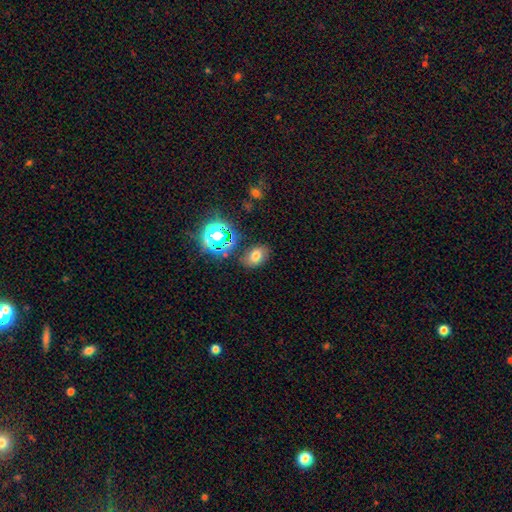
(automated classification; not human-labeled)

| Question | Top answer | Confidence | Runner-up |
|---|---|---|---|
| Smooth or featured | smooth | 69% | star or artifact (20%) |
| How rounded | in between | 77% | round (22%) |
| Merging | none | 80% | minor disturbance (12%) |